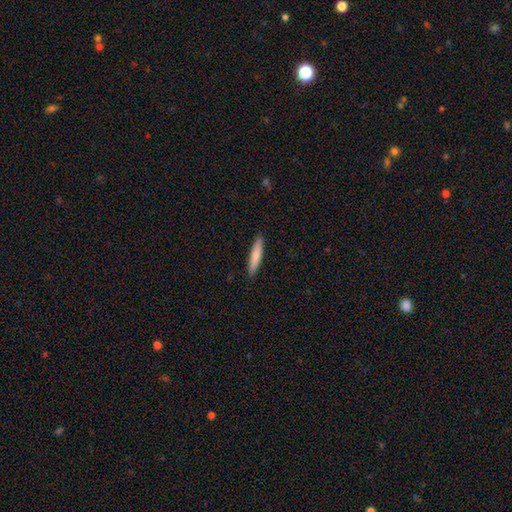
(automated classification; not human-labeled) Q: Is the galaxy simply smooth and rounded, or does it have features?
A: smooth — 75%.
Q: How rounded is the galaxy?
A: cigar-shaped — 90%.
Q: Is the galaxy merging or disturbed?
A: none — 91%.